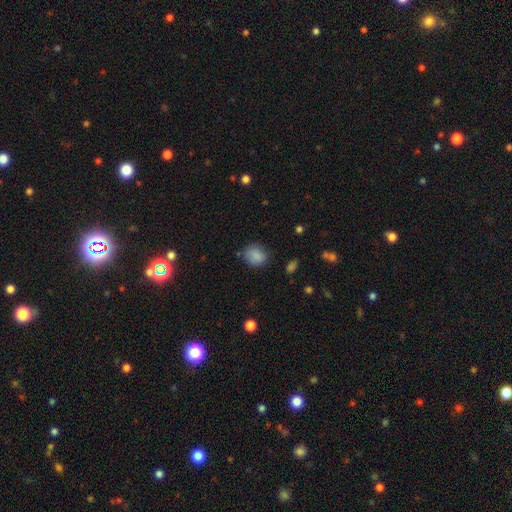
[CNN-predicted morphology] Q: Smooth or featured?
A: smooth (85%); runner-up: star or artifact (9%)
Q: How rounded?
A: round (57%); runner-up: in between (42%)
Q: Merging?
A: none (74%); runner-up: minor disturbance (19%)